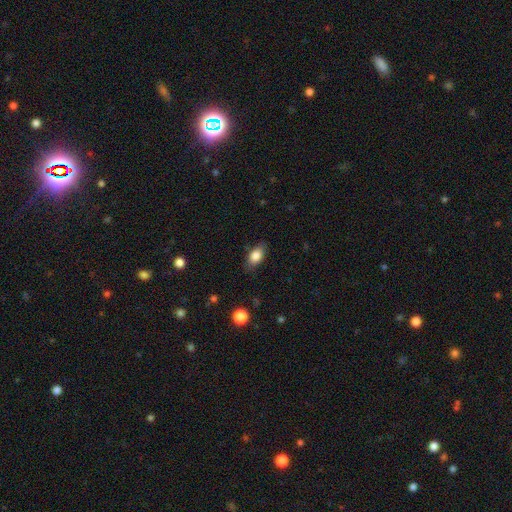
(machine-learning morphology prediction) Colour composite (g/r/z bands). It shows a smooth galaxy with no disk features (83%) that is in between round and cigar-shaped (87%). Merging: none (81%).